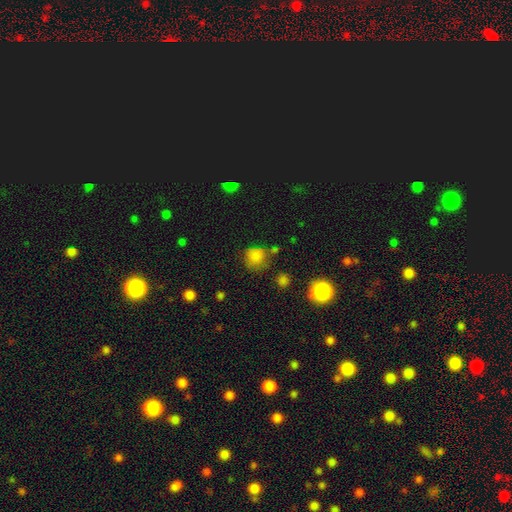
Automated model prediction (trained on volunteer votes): This is likely a smooth galaxy (77%). How rounded: likely round (78%). Merging: possibly none (54%).